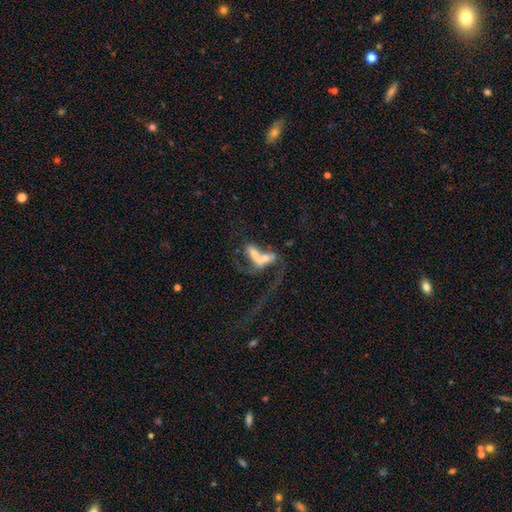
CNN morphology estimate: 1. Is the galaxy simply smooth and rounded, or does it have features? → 60% featured or disk, 28% smooth, 12% star or artifact.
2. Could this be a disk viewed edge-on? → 86% no, 14% yes.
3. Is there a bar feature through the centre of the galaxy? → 60% no, 23% weak, 17% strong.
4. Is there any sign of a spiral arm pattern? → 51% no, 49% yes.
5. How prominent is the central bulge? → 37% moderate, 28% small, 19% none, 11% large, 4% dominant.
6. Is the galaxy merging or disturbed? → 67% merger, 18% major disturbance, 10% none, 5% minor disturbance.